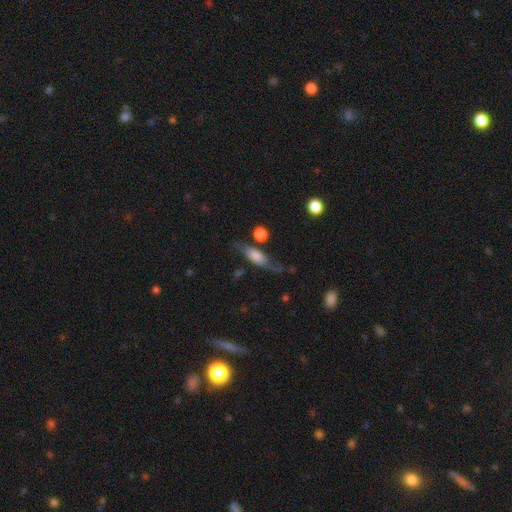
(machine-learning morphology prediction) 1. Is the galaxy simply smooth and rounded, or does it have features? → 47% featured or disk, 44% smooth, 9% star or artifact.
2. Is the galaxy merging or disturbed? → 57% none, 23% minor disturbance, 15% major disturbance, 5% merger.